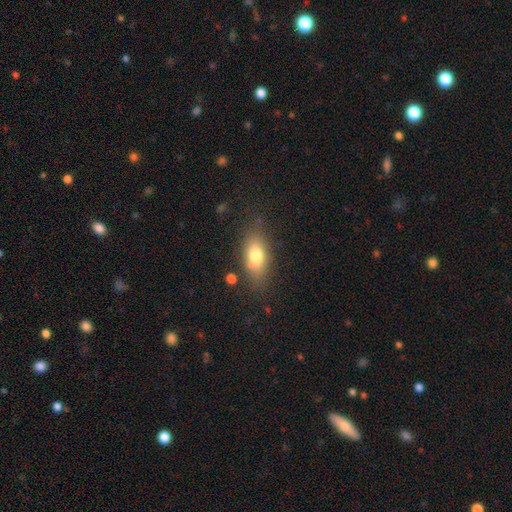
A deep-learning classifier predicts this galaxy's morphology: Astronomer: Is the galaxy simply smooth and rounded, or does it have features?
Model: smooth — 74%.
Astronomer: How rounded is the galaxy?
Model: in between — 83%.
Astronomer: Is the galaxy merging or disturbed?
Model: none — 71%.